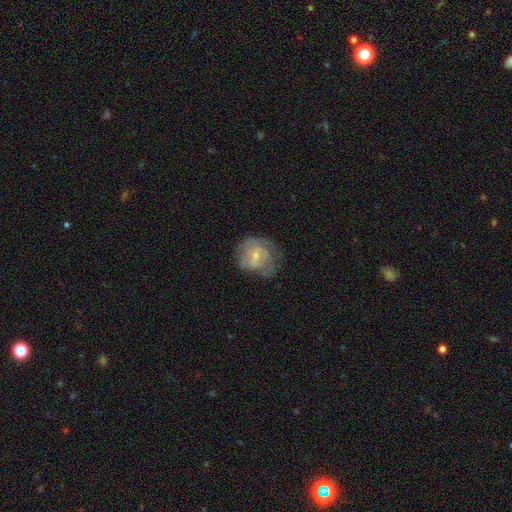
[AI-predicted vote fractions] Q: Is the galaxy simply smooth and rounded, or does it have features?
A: featured or disk — 58%.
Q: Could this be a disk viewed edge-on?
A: no — 97%.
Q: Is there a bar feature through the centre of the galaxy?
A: no — 58%.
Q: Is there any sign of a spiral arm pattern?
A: yes — 61%.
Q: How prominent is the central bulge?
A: small — 65%.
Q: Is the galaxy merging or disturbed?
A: none — 48%.